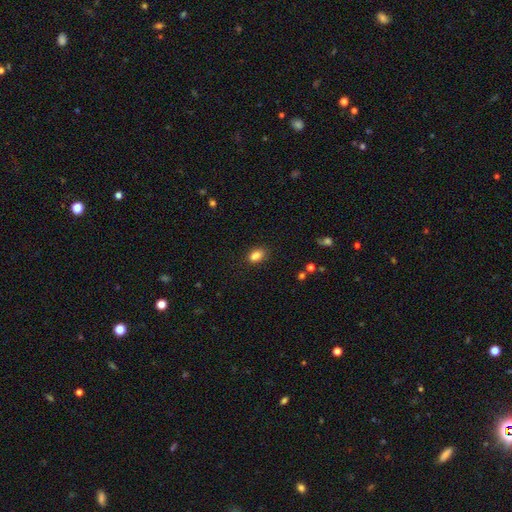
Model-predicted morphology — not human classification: The model was most divided on "merging": none: 80%, minor disturbance: 14%, merger: 4%, major disturbance: 3%. More confident: smooth or featured — smooth (85%); how rounded — in between (82%).